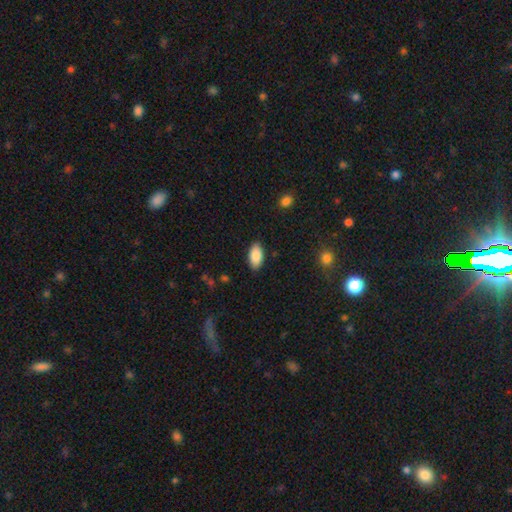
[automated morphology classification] Smooth or featured? Predicted: smooth (p=0.88). How rounded? Predicted: in between (p=0.93). Merging? Predicted: none (p=0.87).